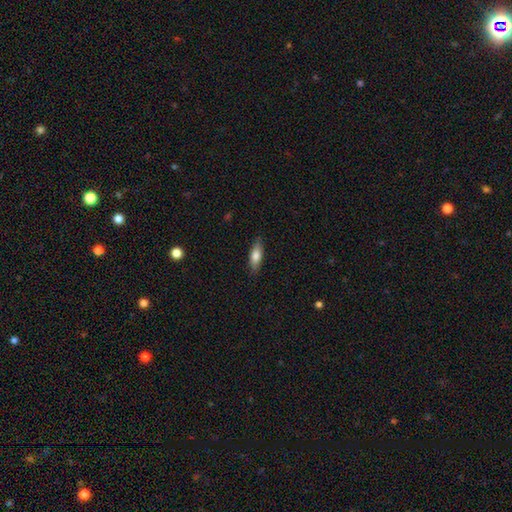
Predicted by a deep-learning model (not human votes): smooth_or_featured: smooth (p=0.75) [alt: featured or disk p=0.19]
how_rounded: in between (p=0.61) [alt: cigar-shaped p=0.37]
merging: none (p=0.85) [alt: minor disturbance p=0.12]